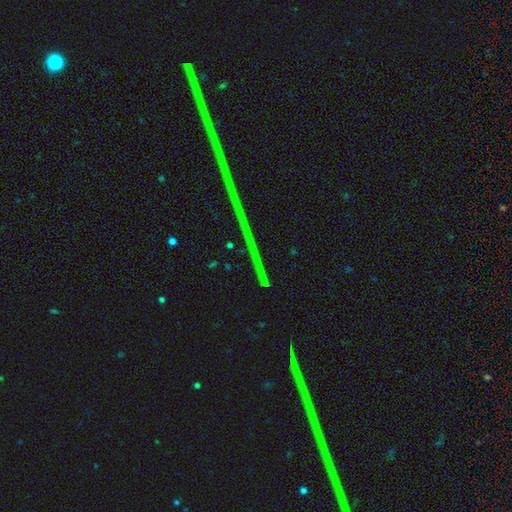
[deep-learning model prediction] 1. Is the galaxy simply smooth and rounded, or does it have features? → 89% star or artifact, 6% featured or disk, 5% smooth.